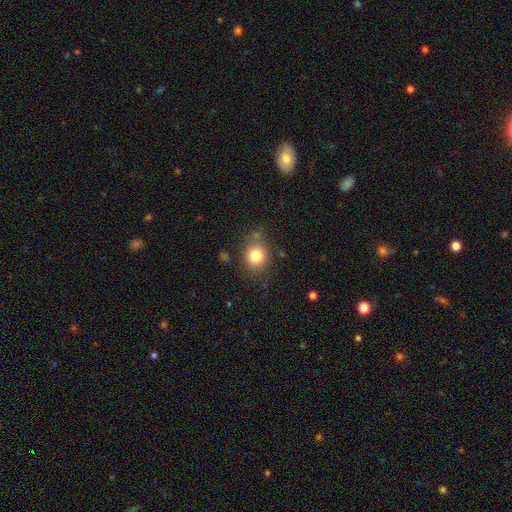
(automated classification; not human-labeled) Morphology: type=smooth (80%); roundness=round (72%); merging=none (76%).